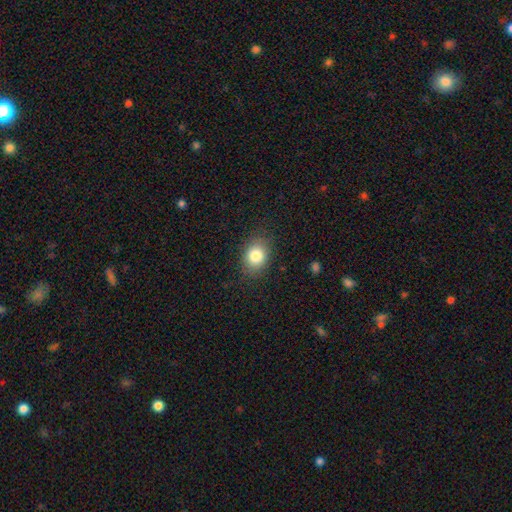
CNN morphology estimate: Smooth or featured? Predicted: smooth (p=0.83). How rounded? Predicted: in between (p=0.57). Merging? Predicted: none (p=0.83).